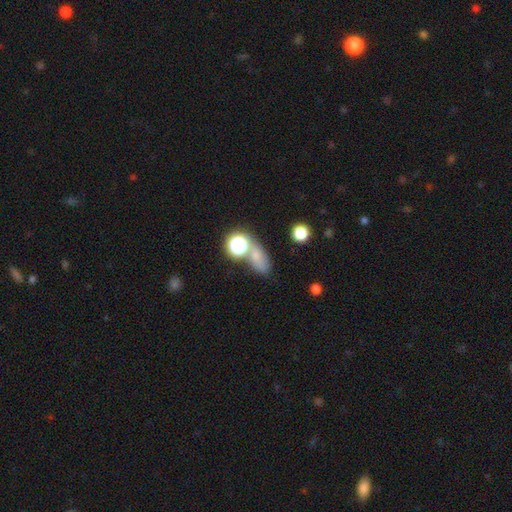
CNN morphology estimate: Overall: smooth (63%; star or artifact 24%). How rounded: in between (64%; round 28%). Merging: none (49%; merger 26%).